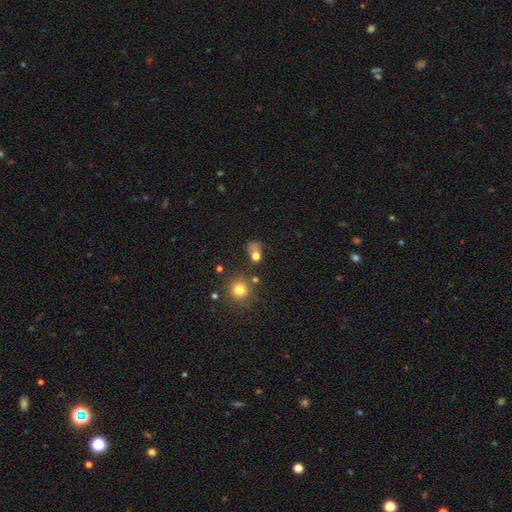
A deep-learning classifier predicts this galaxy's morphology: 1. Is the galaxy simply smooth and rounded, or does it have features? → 72% smooth, 16% star or artifact, 13% featured or disk.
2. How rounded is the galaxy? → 49% in between (tied), 49% round (tied), 2% cigar-shaped.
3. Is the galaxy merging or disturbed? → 40% none, 24% minor disturbance, 22% major disturbance, 14% merger.